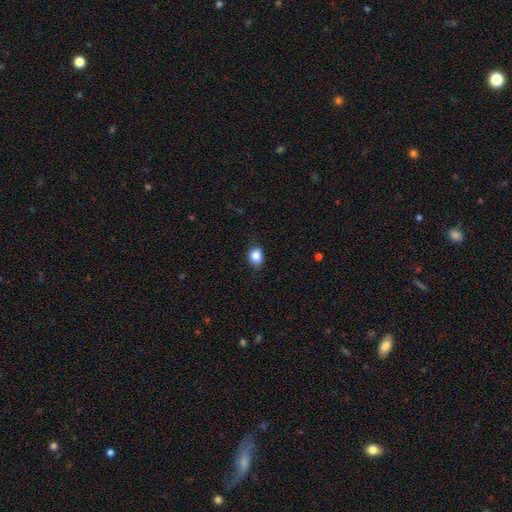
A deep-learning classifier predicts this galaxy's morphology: Smooth or featured?
  - smooth: 86% *
  - star or artifact: 9%
  - featured or disk: 5%
How rounded?
  - in between: 55% *
  - round: 44%
  - cigar-shaped: 1%
Merging?
  - none: 76% *
  - minor disturbance: 19%
  - major disturbance: 4%
  - merger: 1%